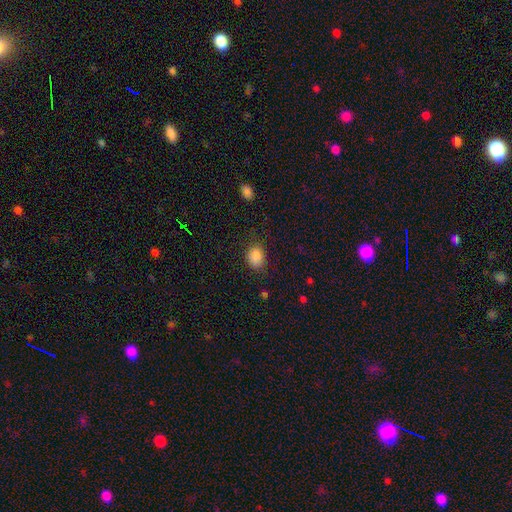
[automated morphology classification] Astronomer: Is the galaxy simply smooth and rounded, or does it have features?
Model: smooth — 86%.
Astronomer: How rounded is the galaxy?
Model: in between — 65%.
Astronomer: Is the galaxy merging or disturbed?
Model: none — 75%.